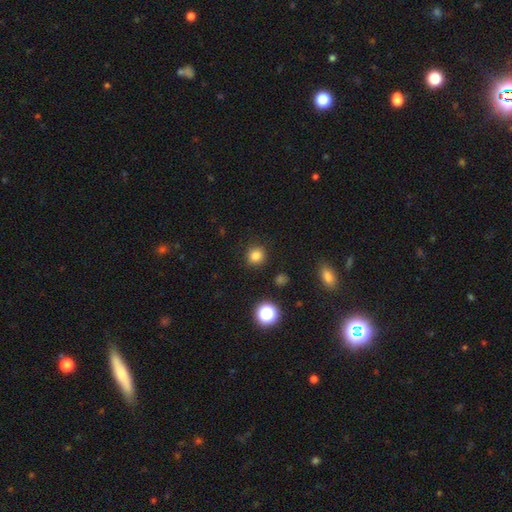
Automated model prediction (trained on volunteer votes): smooth_or_featured: smooth (p=0.82) [alt: star or artifact p=0.14]
how_rounded: round (p=0.88) [alt: in between p=0.11]
merging: none (p=0.88) [alt: minor disturbance p=0.08]